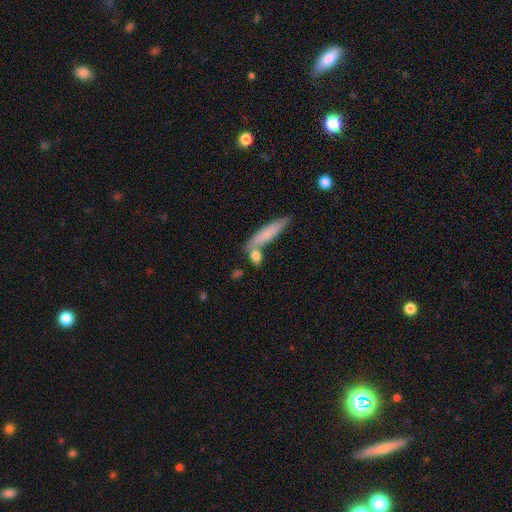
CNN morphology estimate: A smooth galaxy with no disk features (77%) that is in between round and cigar-shaped (45%). Merging: none (57%).